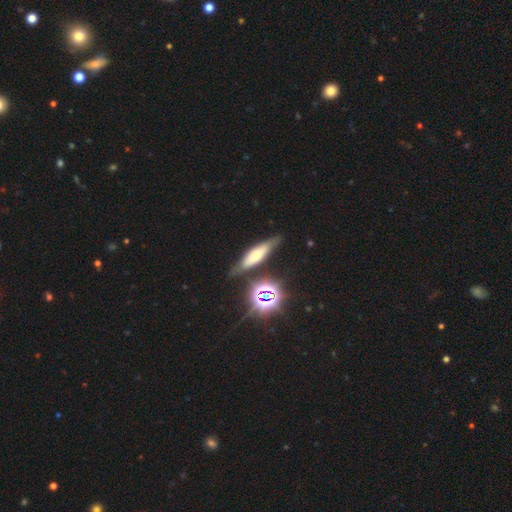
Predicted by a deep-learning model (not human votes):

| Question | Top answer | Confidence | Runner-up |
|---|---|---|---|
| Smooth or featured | smooth | 48% | featured or disk (32%) |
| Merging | none | 76% | minor disturbance (15%) |